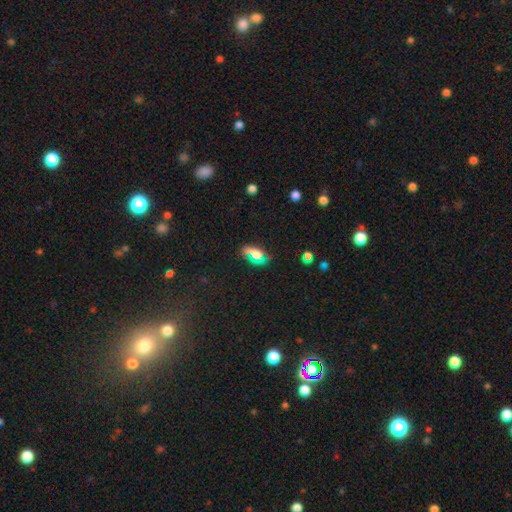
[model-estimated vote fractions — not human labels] This appears to be a smooth galaxy with no disk features (58%) that is in between round and cigar-shaped (82%). Merging: none (63%).